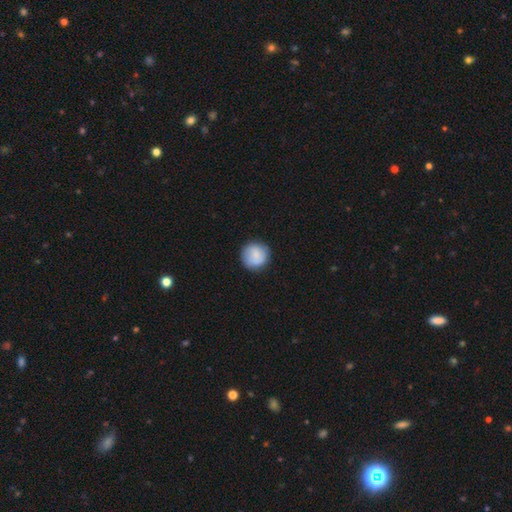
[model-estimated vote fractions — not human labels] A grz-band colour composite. It shows a smooth galaxy with no disk features (80%) that is round (94%). Merging: none (87%).